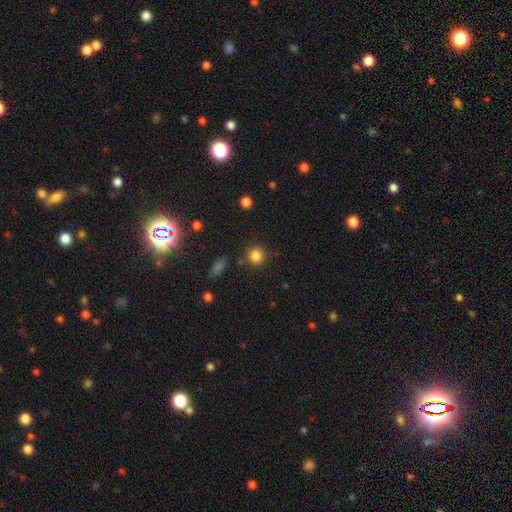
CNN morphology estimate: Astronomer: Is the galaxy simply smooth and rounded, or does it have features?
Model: smooth — 84%.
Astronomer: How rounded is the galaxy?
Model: round — 91%.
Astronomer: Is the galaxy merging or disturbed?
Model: none — 85%.